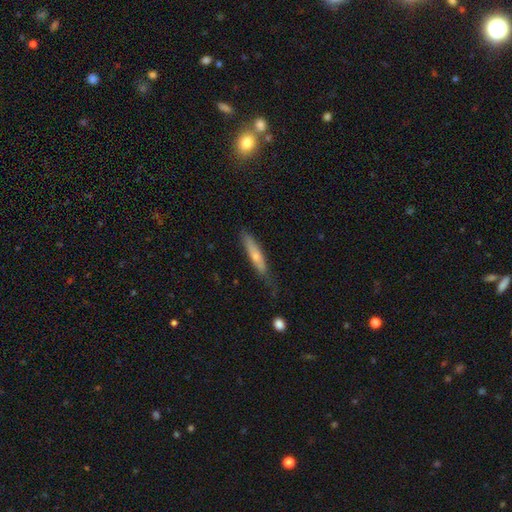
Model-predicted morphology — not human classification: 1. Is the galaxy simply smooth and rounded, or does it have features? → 61% smooth, 33% featured or disk, 6% star or artifact.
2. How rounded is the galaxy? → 86% cigar-shaped, 13% in between, 2% round.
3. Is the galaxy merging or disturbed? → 64% none, 27% minor disturbance, 7% major disturbance, 2% merger.